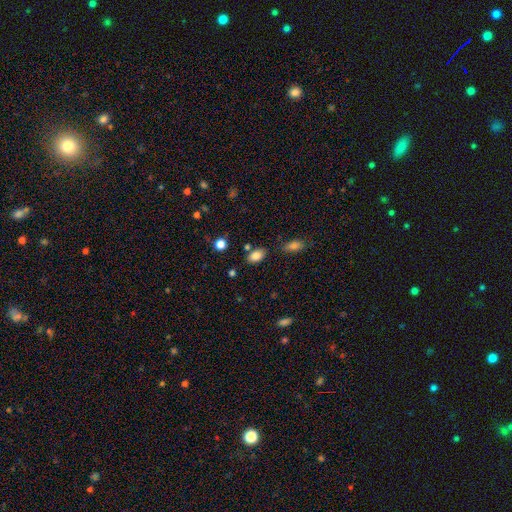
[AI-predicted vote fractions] smooth 84%, star or artifact 9%, featured or disk 6%. Down the decision tree: how rounded — in between (87%); merging — none (76%).